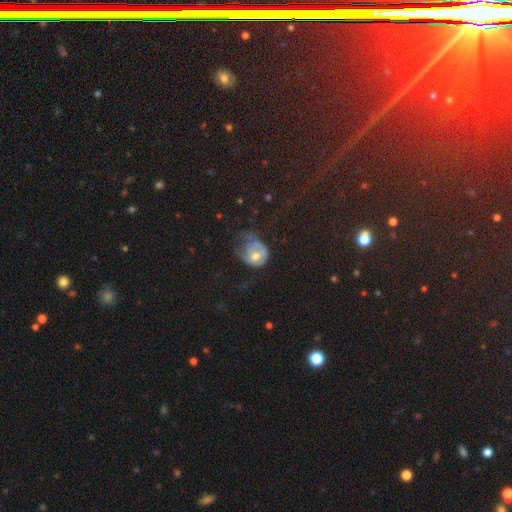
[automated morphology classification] smooth-or-featured: smooth: 53% | featured or disk: 37% | star or artifact: 10%
  how-rounded: round: 56% | in between: 43% | cigar-shaped: 1%
  merging: major disturbance: 50% | minor disturbance: 27% | none: 20% | merger: 3%